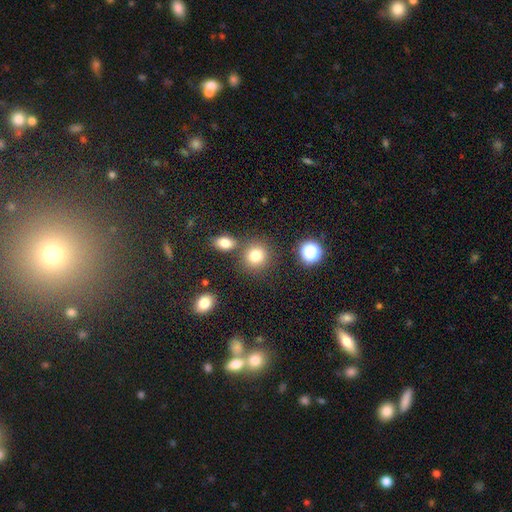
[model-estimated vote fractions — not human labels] Smooth or featured: smooth — 78% (star or artifact — 15%)
How rounded: round — 86% (in between — 13%)
Merging: none — 75% (merger — 13%)